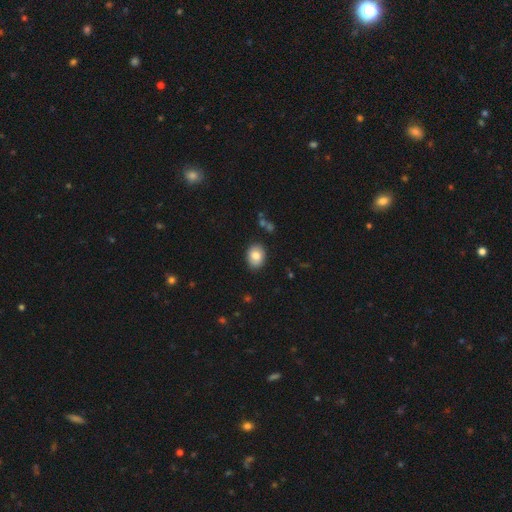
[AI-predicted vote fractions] Smooth or featured? Predicted: smooth (p=0.83). How rounded? Predicted: in between (p=0.61). Merging? Predicted: none (p=0.87).